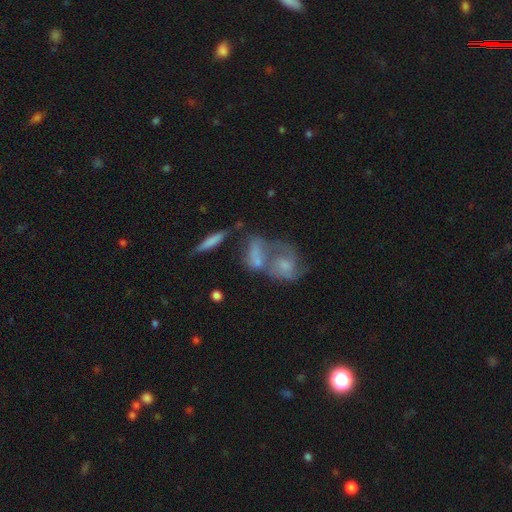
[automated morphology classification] Smooth or featured?
  - smooth: 54% *
  - featured or disk: 34%
  - star or artifact: 12%
How rounded?
  - in between: 69% *
  - round: 21%
  - cigar-shaped: 10%
Merging?
  - merger: 59% *
  - none: 20%
  - major disturbance: 12%
  - minor disturbance: 10%